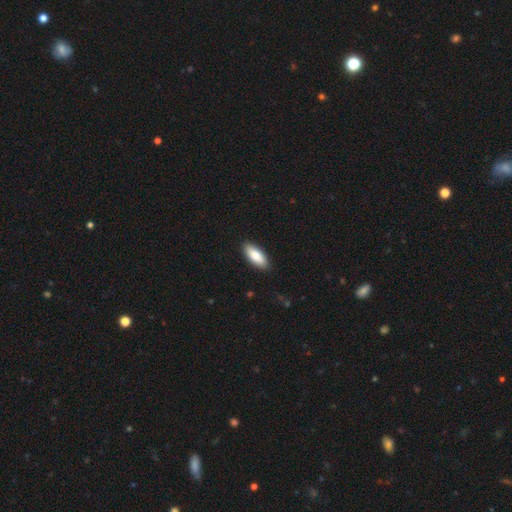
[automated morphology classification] smooth_or_featured: smooth (p=0.82) [alt: featured or disk p=0.12]
how_rounded: in between (p=0.81) [alt: cigar-shaped p=0.17]
merging: none (p=0.90) [alt: minor disturbance p=0.08]